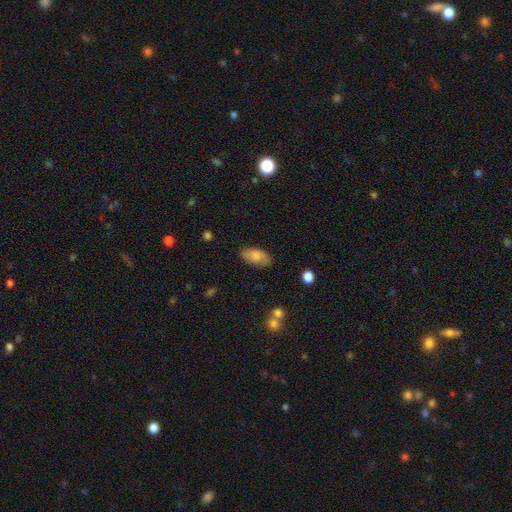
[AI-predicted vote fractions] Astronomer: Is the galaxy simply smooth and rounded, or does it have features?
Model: smooth — 67%.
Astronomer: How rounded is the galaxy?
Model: in between — 92%.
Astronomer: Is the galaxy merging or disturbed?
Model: none — 71%.